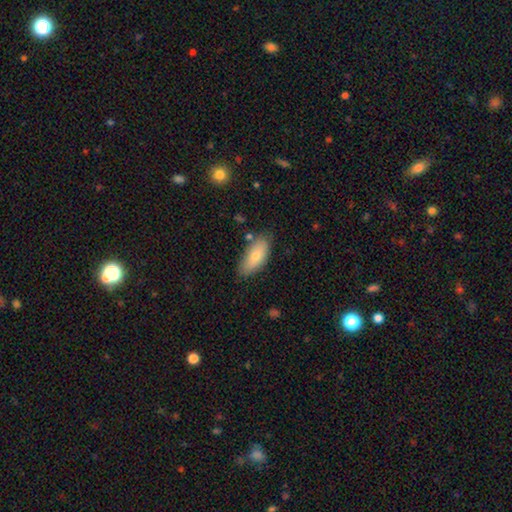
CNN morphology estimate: type=smooth (75%); roundness=in between (87%); merging=none (76%).